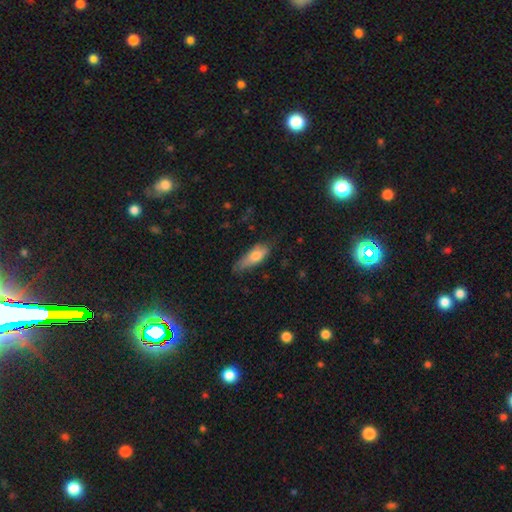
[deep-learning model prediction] Smooth or featured? Predicted: smooth (p=0.72). How rounded? Predicted: in between (p=0.66). Merging? Predicted: none (p=0.50).